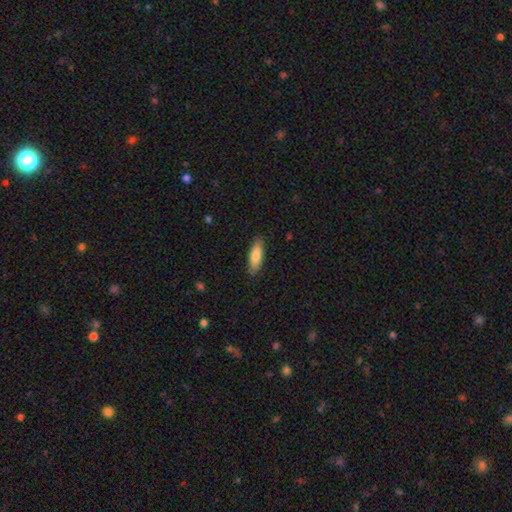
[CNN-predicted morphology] smooth_or_featured: smooth (p=0.81) [alt: featured or disk p=0.14]
how_rounded: in between (p=0.54) [alt: cigar-shaped p=0.44]
merging: none (p=0.88) [alt: minor disturbance p=0.10]